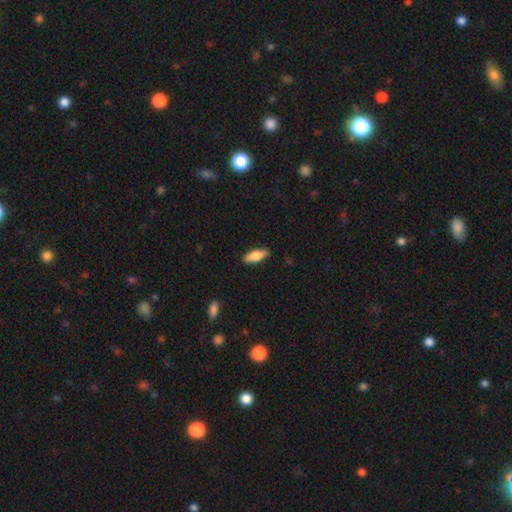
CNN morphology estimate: This appears to be a smooth galaxy with no disk features (75%) that is in between round and cigar-shaped (68%). Merging: none (87%).